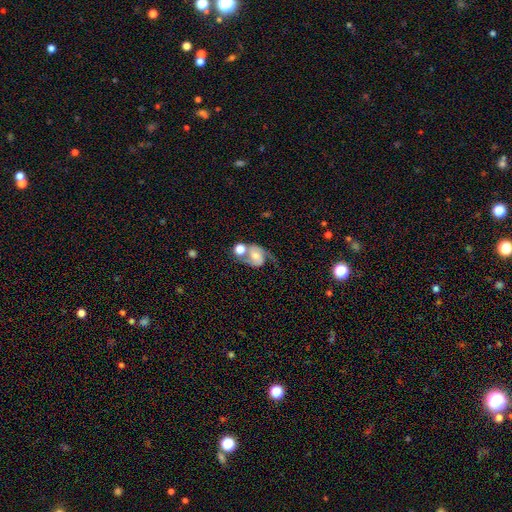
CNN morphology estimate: Smooth or featured? Predicted: featured or disk (p=0.70). Edge-on disk? Predicted: no (p=0.97). Bar? Predicted: no (p=0.60). Spiral arms? Predicted: yes (p=0.91). Spiral winding? Predicted: medium (p=0.44). Spiral arm count? Predicted: 2 (p=0.84). Bulge size? Predicted: moderate (p=0.48). Merging? Predicted: none (p=0.38).